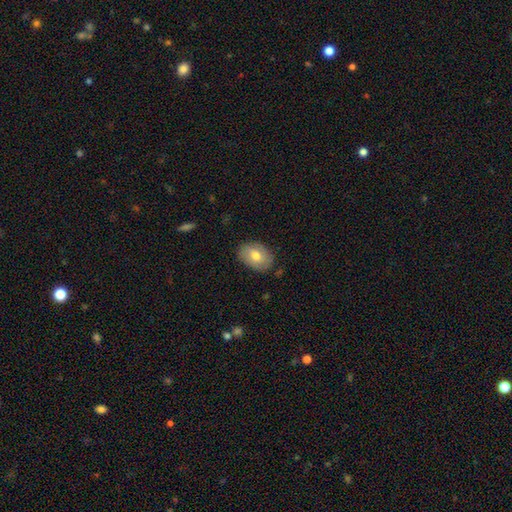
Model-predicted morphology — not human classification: smooth_or_featured: smooth (p=0.74) [alt: featured or disk p=0.20]
how_rounded: in between (p=0.82) [alt: round p=0.17]
merging: none (p=0.83) [alt: minor disturbance p=0.13]